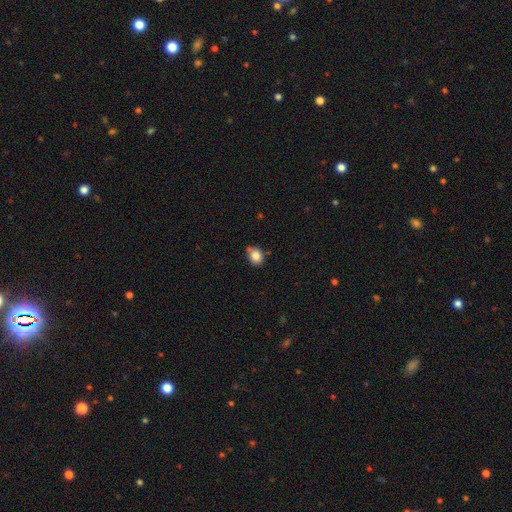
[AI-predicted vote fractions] A smooth galaxy with no disk features (83%) that is round (62%).

Vote fractions:
- Smooth or featured? smooth: 83% / star or artifact: 10% / featured or disk: 7%
- How rounded? round: 62% / in between: 37% / cigar-shaped: 1%
- Merging? none: 67% / minor disturbance: 20% / merger: 9% / major disturbance: 4%